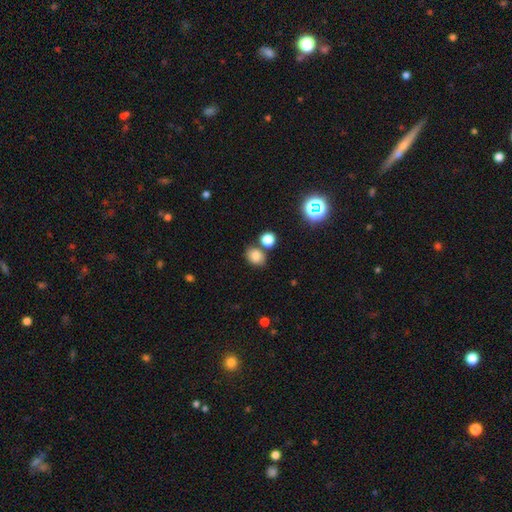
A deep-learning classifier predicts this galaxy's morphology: Overall: smooth (80%). How rounded: in between (55%; round 44%). Merging: none (68%).